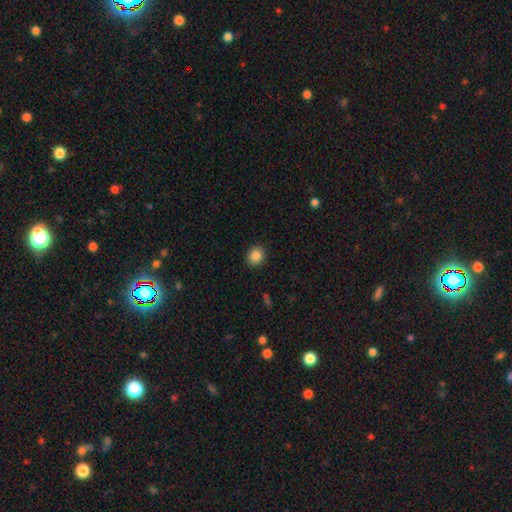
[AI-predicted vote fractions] Morphology: type=smooth (86%); roundness=round (79%); merging=none (91%).